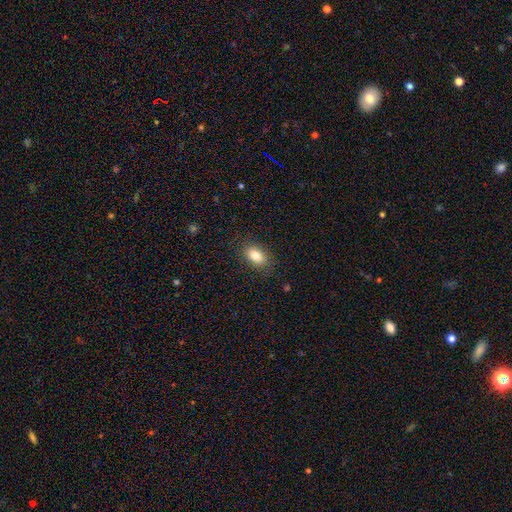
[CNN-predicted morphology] Smooth or featured?
  - smooth: 82% *
  - featured or disk: 10%
  - star or artifact: 9%
How rounded?
  - in between: 86% *
  - round: 12%
  - cigar-shaped: 2%
Merging?
  - none: 87% *
  - minor disturbance: 10%
  - major disturbance: 3%
  - merger: 1%